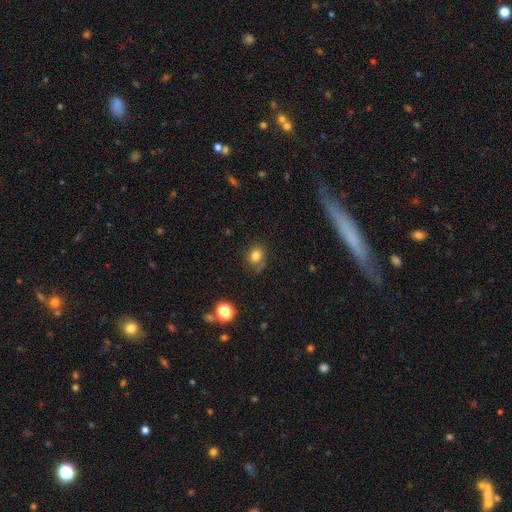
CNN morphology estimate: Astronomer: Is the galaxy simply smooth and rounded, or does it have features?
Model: smooth — 80%.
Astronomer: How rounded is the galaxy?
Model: round — 59% (runner-up: in between, 40%).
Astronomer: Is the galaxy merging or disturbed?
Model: none — 70%.